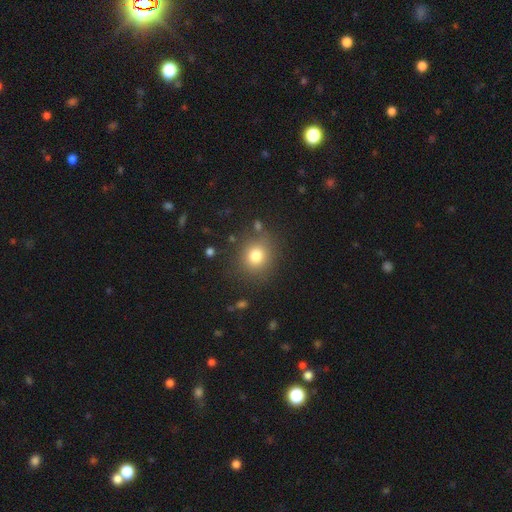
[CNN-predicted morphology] type=smooth (78%); roundness=round (82%); merging=none (83%).